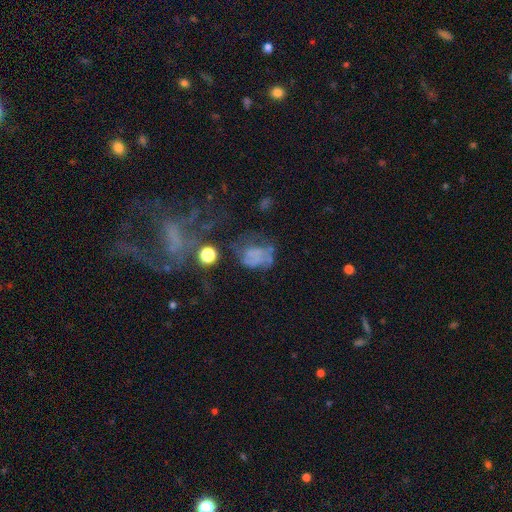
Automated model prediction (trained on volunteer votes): This appears to be a smooth galaxy with no disk features (39%, tied with featured or disk). Merging: major disturbance (36%).